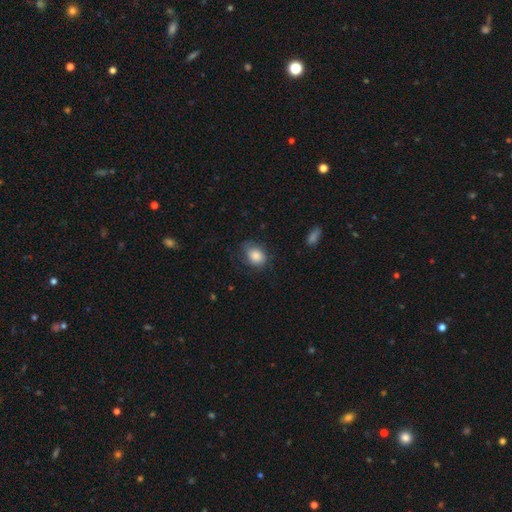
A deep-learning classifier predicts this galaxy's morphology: smooth_or_featured: smooth (p=0.81) [alt: featured or disk p=0.12]
how_rounded: in between (p=0.68) [alt: round p=0.31]
merging: none (p=0.61) [alt: minor disturbance p=0.27]